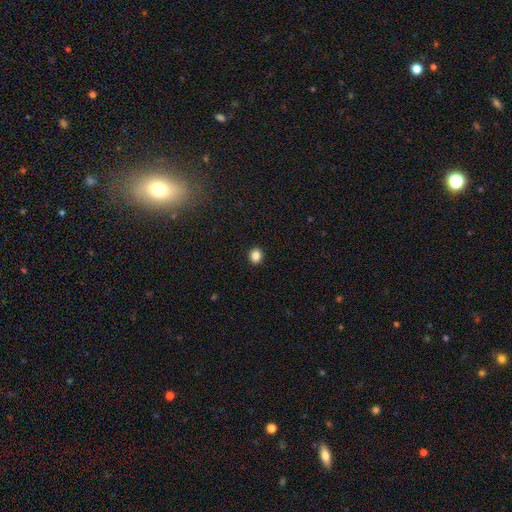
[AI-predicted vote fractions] A smooth galaxy with no disk features (86%) that is round (68%).

Vote fractions:
- Smooth or featured? smooth: 86% / star or artifact: 10% / featured or disk: 3%
- How rounded? round: 68% / in between: 31% / cigar-shaped: 1%
- Merging? none: 92% / minor disturbance: 5% / major disturbance: 2% / merger: 1%